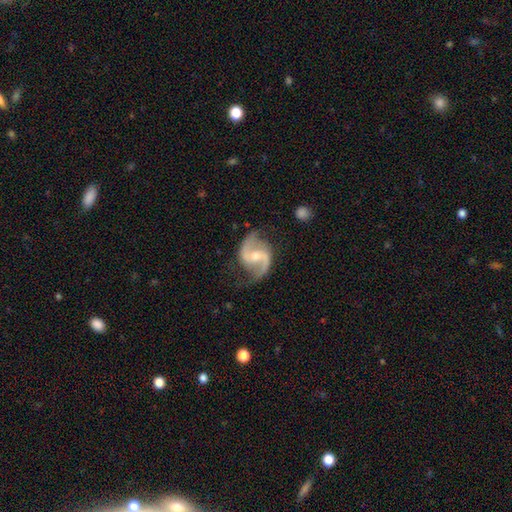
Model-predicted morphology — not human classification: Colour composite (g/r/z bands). It shows a featured or disk galaxy (92%) with a weak bar (48%), 2 (94%) medium (51%) spiral arms (98%) and a moderate central bulge (56%). Merging: none (76%).